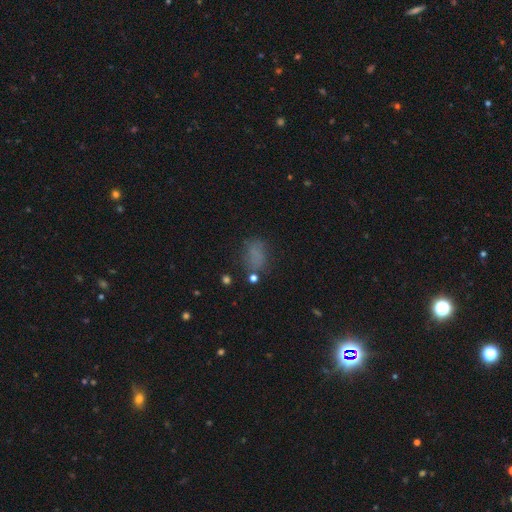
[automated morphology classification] The model was most divided on "merging": none: 61%, minor disturbance: 22%, major disturbance: 12%, merger: 5%. More confident: how rounded — in between (77%); smooth or featured — smooth (69%).